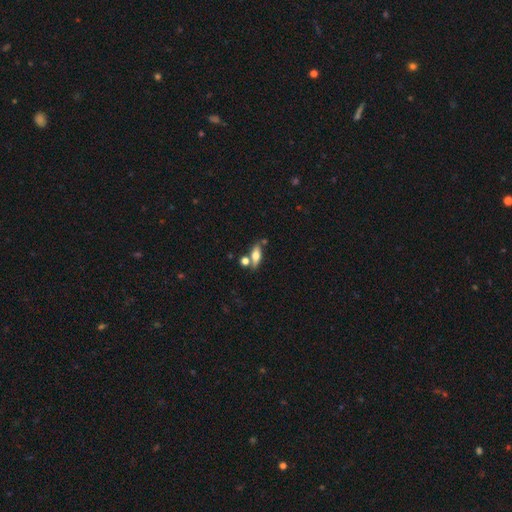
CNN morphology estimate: This appears to be a smooth galaxy with no disk features (58%) that is in between round and cigar-shaped (67%). Merging: none (64%).